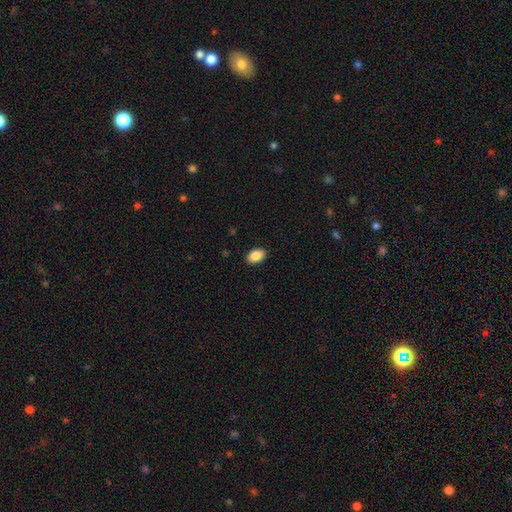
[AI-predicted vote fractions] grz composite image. It shows a smooth galaxy with no disk features (89%) that is in between round and cigar-shaped (91%). Merging: none (90%).